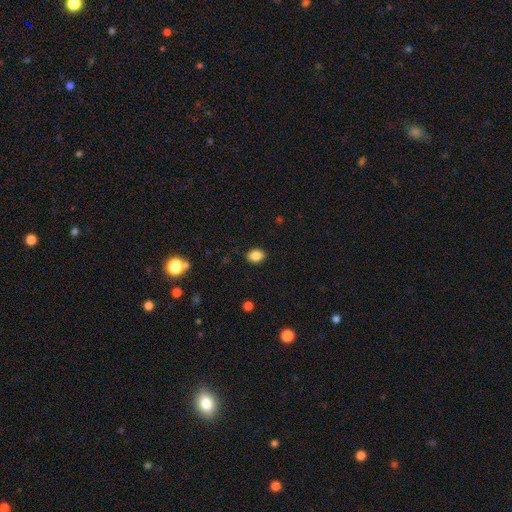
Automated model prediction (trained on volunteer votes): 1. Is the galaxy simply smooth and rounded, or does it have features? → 86% smooth, 10% star or artifact, 4% featured or disk.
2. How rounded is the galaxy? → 61% in between, 38% round, 1% cigar-shaped.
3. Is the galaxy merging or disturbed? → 89% none, 8% minor disturbance, 2% major disturbance, 1% merger.